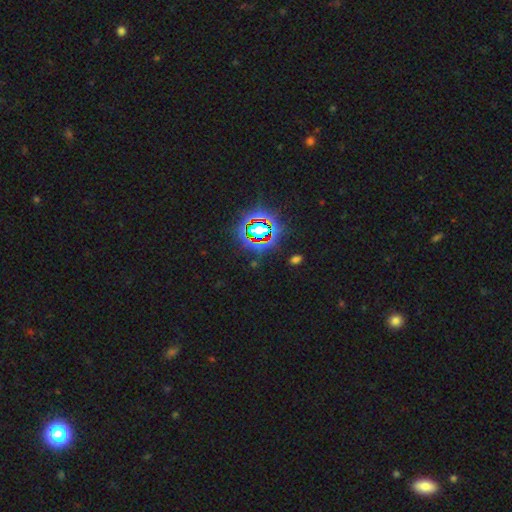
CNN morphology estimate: Smooth or featured? star or artifact (79%)